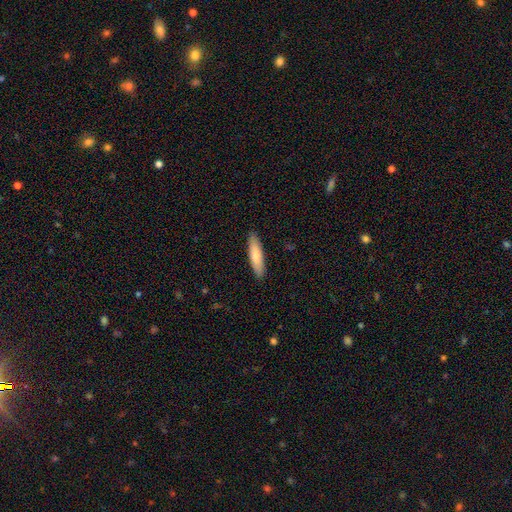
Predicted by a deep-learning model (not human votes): This appears to be a smooth galaxy with no disk features (78%) that is cigar-shaped (76%). Merging: none (90%).